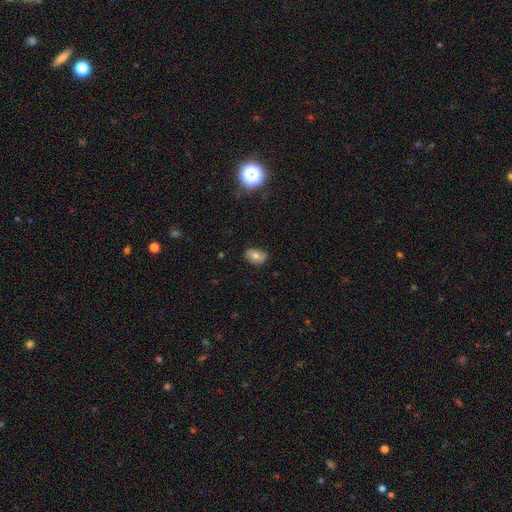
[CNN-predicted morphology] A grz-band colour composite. It shows a smooth galaxy with no disk features (73%) that is in between round and cigar-shaped (84%). Merging: none (83%).